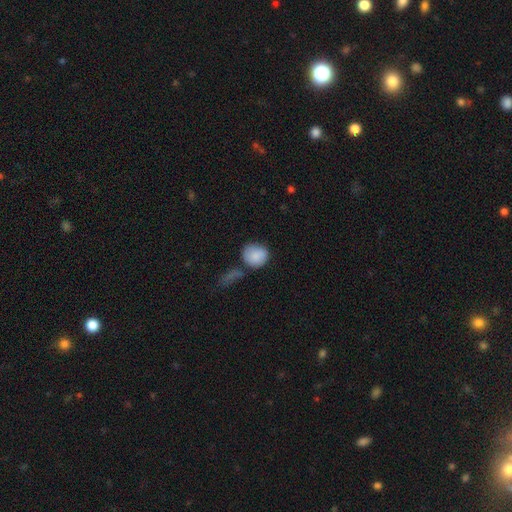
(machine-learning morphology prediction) Q: Smooth or featured?
A: smooth (86%); runner-up: star or artifact (7%)
Q: How rounded?
A: round (77%); runner-up: in between (22%)
Q: Merging?
A: none (56%); runner-up: minor disturbance (20%)